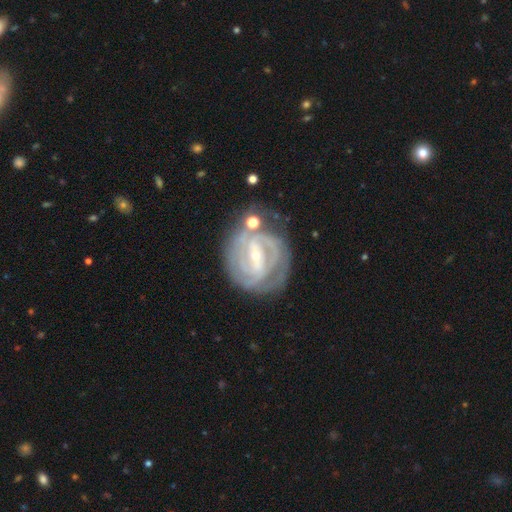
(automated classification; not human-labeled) smooth-or-featured: featured or disk: 87% | smooth: 7% | star or artifact: 5%
  disk-edge-on: no: 96% | yes: 4%
    bar: strong: 47% | weak: 38% | no: 16%
    has-spiral-arms: yes: 93% | no: 7%
      spiral-winding: tight: 69% | medium: 25% | loose: 5%
      spiral-arm-count: 2: 38% | can't tell: 26% | 3: 19% | 4: 9% | 1: 4% | more than 4: 4%
    bulge-size: small: 73% | moderate: 24% | large: 1% | none: 1% | dominant: 1%
  merging: none: 65% | minor disturbance: 18% | major disturbance: 9% | merger: 8%